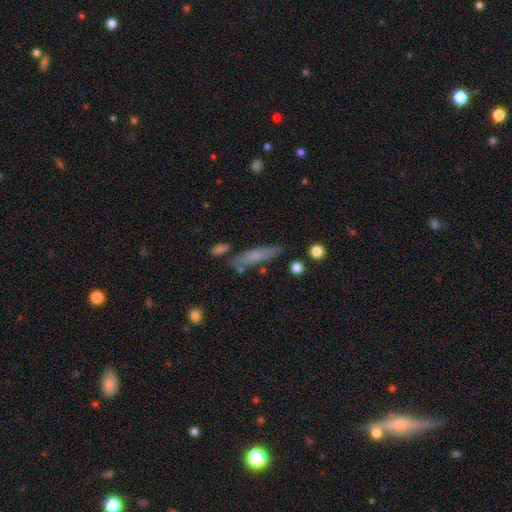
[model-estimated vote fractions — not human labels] This appears to be a smooth galaxy with no disk features (65%) that is cigar-shaped (81%). Merging: none (74%).